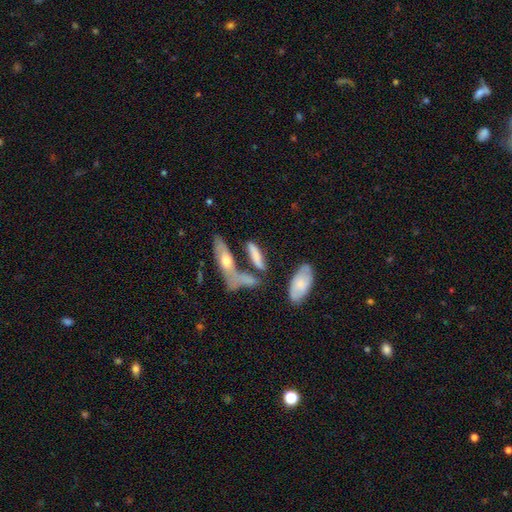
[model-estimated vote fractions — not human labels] Q: Smooth or featured?
A: smooth (61%); runner-up: featured or disk (32%)
Q: How rounded?
A: cigar-shaped (58%); runner-up: in between (39%)
Q: Merging?
A: none (47%); runner-up: merger (27%)